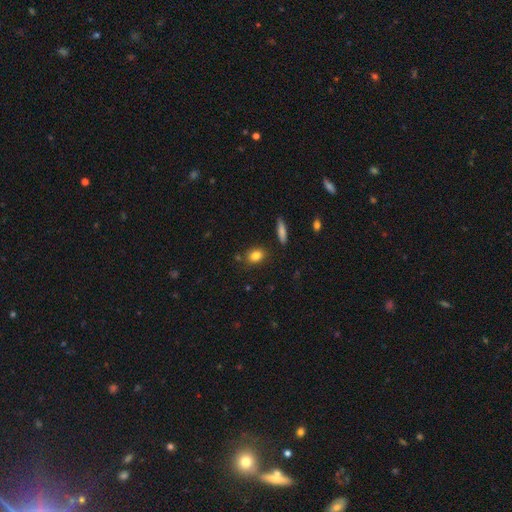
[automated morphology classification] smooth-or-featured: smooth: 83% | star or artifact: 10% | featured or disk: 7%
  how-rounded: in between: 62% | round: 35% | cigar-shaped: 3%
  merging: none: 83% | minor disturbance: 11% | merger: 4% | major disturbance: 3%